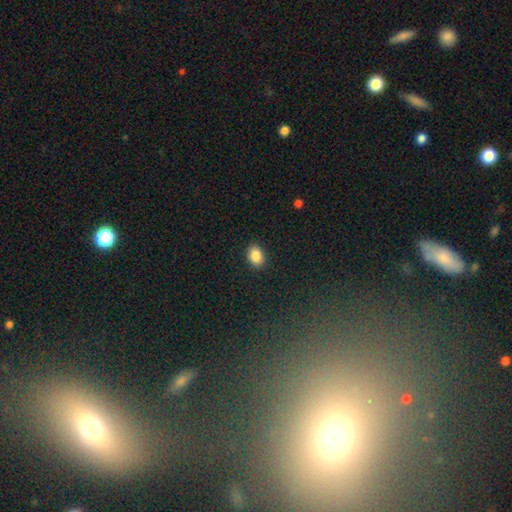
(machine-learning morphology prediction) A smooth galaxy with no disk features (87%) that is in between round and cigar-shaped (72%).

Vote fractions:
- Smooth or featured? smooth: 87% / star or artifact: 8% / featured or disk: 5%
- How rounded? in between: 72% / round: 26% / cigar-shaped: 1%
- Merging? none: 89% / minor disturbance: 8% / major disturbance: 2% / merger: 1%